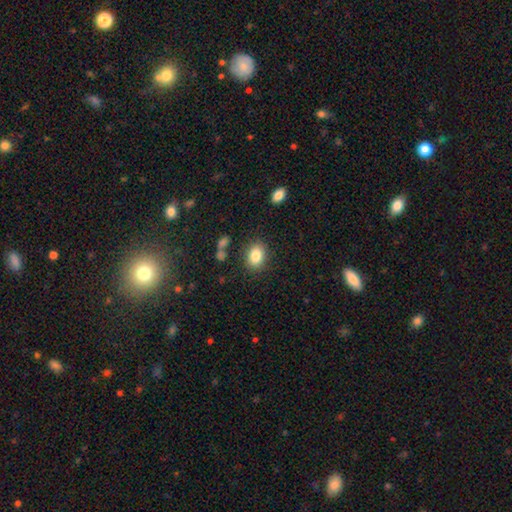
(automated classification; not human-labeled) Smooth or featured: smooth — 84% (star or artifact — 9%)
How rounded: in between — 68% (round — 31%)
Merging: none — 83% (minor disturbance — 11%)